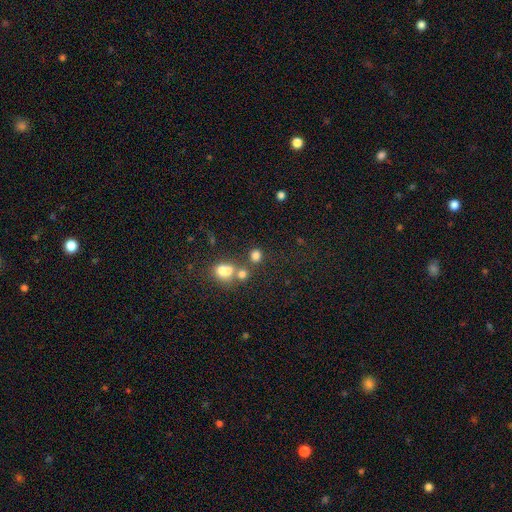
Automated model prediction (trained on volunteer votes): Overall: smooth (76%). How rounded: round (77%). Merging: none (62%; merger 24%).